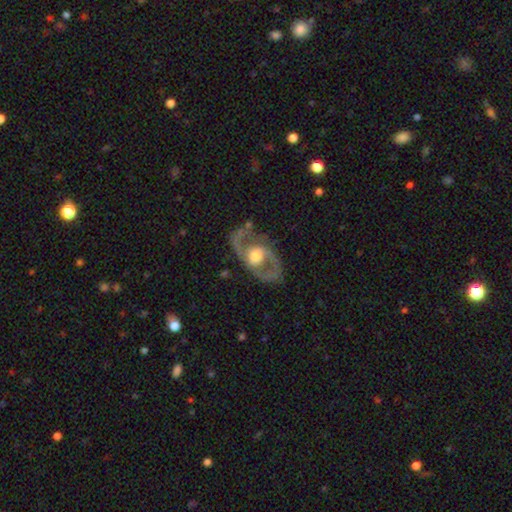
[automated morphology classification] smooth_or_featured: featured or disk (p=0.84) [alt: smooth p=0.11]
disk_edge_on: no (p=0.95) [alt: yes p=0.05]
bar: no (p=0.59) [alt: weak p=0.31]
has_spiral_arms: yes (p=0.83) [alt: no p=0.17]
spiral_winding: medium (p=0.52) [alt: loose p=0.32]
spiral_arm_count: 2 (p=0.88) [alt: 1 p=0.04]
bulge_size: moderate (p=0.61) [alt: large p=0.27]
merging: none (p=0.69) [alt: minor disturbance p=0.17]